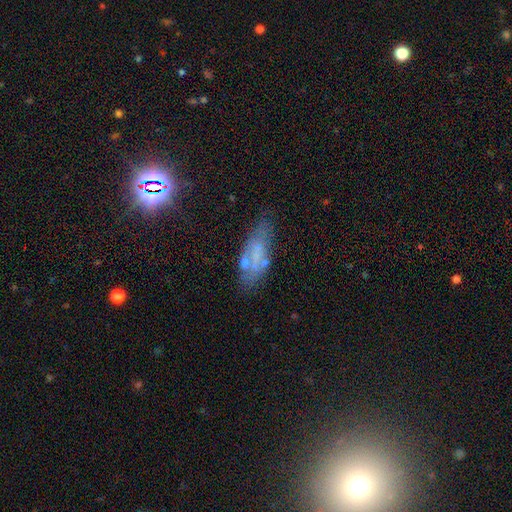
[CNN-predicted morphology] Overall: featured or disk (44%; smooth 36%). Merging: none (58%; minor disturbance 23%).